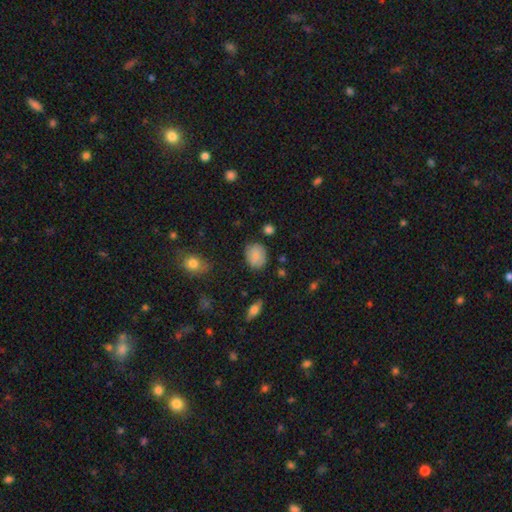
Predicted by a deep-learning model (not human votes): Overall: smooth (83%). How rounded: round (52%; in between 47%). Merging: none (79%).